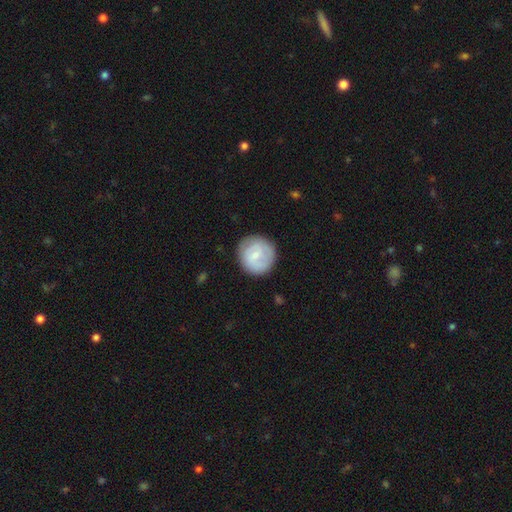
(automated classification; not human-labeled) A smooth galaxy with no disk features (64%) that is round (93%).

Vote fractions:
- Smooth or featured? smooth: 64% / featured or disk: 30% / star or artifact: 6%
- How rounded? round: 93% / in between: 6% / cigar-shaped: 1%
- Merging? none: 82% / minor disturbance: 13% / major disturbance: 4% / merger: 1%